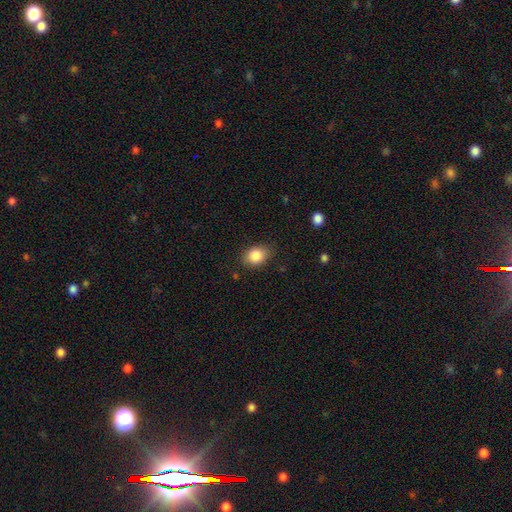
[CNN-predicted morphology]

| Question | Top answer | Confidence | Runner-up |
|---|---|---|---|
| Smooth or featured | smooth | 86% | star or artifact (8%) |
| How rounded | in between | 65% | round (33%) |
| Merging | none | 81% | minor disturbance (14%) |